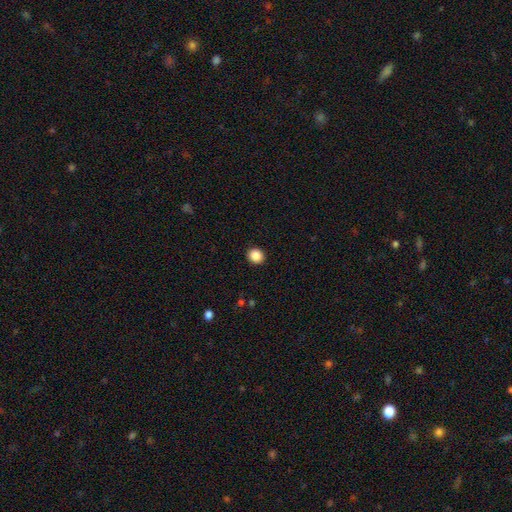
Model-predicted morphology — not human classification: Overall: smooth (87%). How rounded: round (83%). Merging: none (92%).